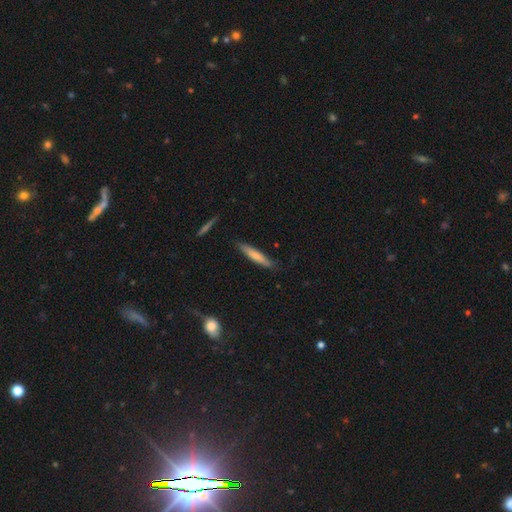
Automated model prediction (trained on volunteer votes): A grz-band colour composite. It shows a smooth galaxy with no disk features (69%) that is cigar-shaped (89%). Merging: none (80%).